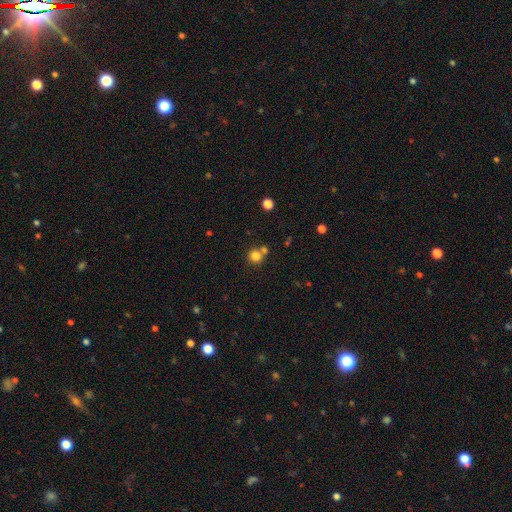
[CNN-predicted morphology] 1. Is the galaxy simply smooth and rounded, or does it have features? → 80% smooth, 13% star or artifact, 8% featured or disk.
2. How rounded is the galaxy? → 89% round, 10% in between, 1% cigar-shaped.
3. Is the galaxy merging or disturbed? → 59% none, 30% merger, 8% minor disturbance, 3% major disturbance.